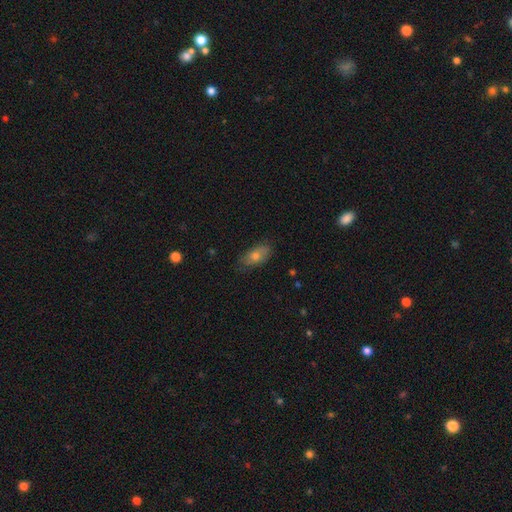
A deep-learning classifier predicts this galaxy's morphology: The model was most divided on "smooth or featured": smooth: 65%, featured or disk: 25%, star or artifact: 10%. More confident: how rounded — in between (86%); merging — none (78%).